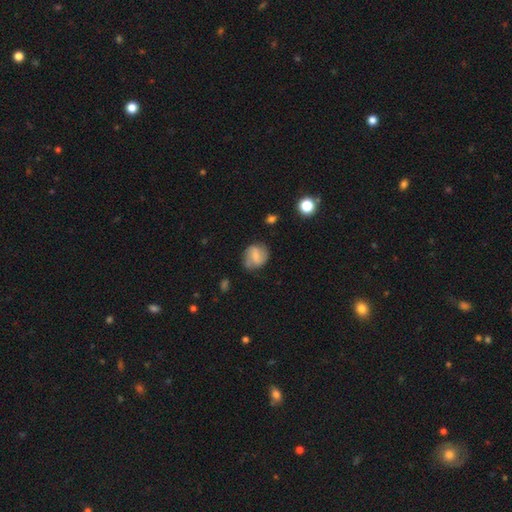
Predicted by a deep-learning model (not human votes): Smooth or featured: featured or disk — 56% (smooth — 36%)
Edge-on disk: no — 97% (yes — 3%)
Bar: weak — 48% (strong — 28%)
Spiral arms: yes — 86% (no — 14%)
Bulge size: small — 40% (none — 32%)
Merging: none — 72% (minor disturbance — 19%)